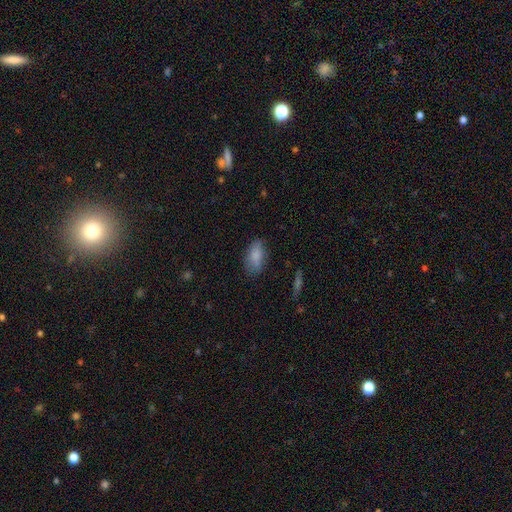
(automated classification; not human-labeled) smooth-or-featured: smooth: 84% | featured or disk: 8% | star or artifact: 8%
  how-rounded: in between: 90% | cigar-shaped: 6% | round: 4%
  merging: none: 73% | minor disturbance: 20% | major disturbance: 5% | merger: 2%